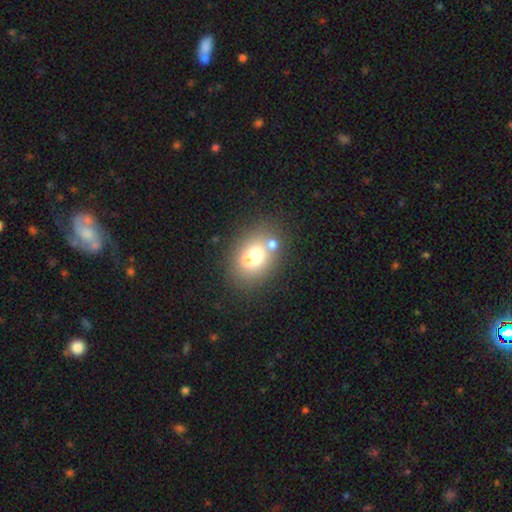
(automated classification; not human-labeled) This appears to be a smooth galaxy with no disk features (62%) that is in between round and cigar-shaped (55%). Merging: none (45%).